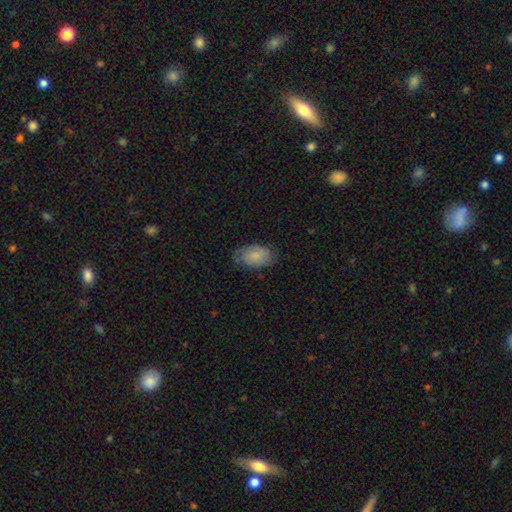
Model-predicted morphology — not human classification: A smooth galaxy with no disk features (73%) that is in between round and cigar-shaped (92%).

Vote fractions:
- Smooth or featured? smooth: 73% / featured or disk: 21% / star or artifact: 7%
- How rounded? in between: 92% / round: 6% / cigar-shaped: 2%
- Merging? none: 72% / minor disturbance: 21% / major disturbance: 5% / merger: 1%